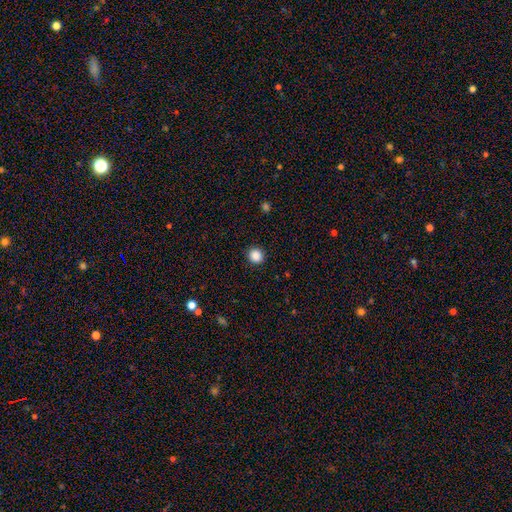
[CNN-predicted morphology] Smooth or featured? Predicted: smooth (p=0.87). How rounded? Predicted: round (p=0.89). Merging? Predicted: none (p=0.92).